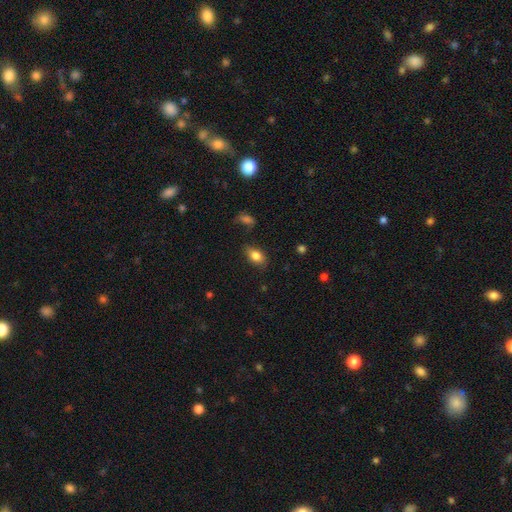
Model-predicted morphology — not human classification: smooth-or-featured: smooth: 83% | featured or disk: 9% | star or artifact: 8%
  how-rounded: in between: 86% | round: 11% | cigar-shaped: 3%
  merging: none: 78% | minor disturbance: 16% | major disturbance: 4% | merger: 2%